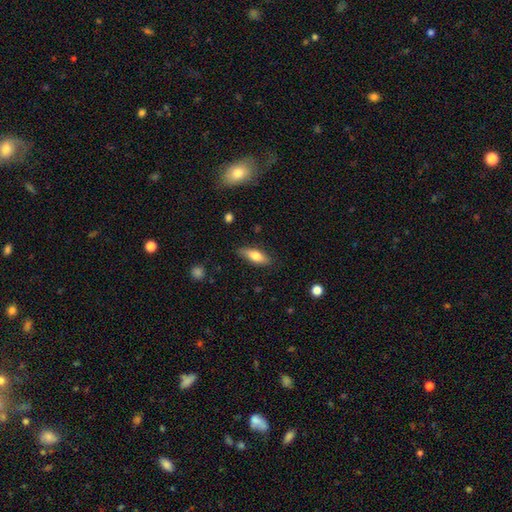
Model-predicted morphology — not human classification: A smooth galaxy with no disk features (71%) that is in between round and cigar-shaped (67%). Merging: none (81%).